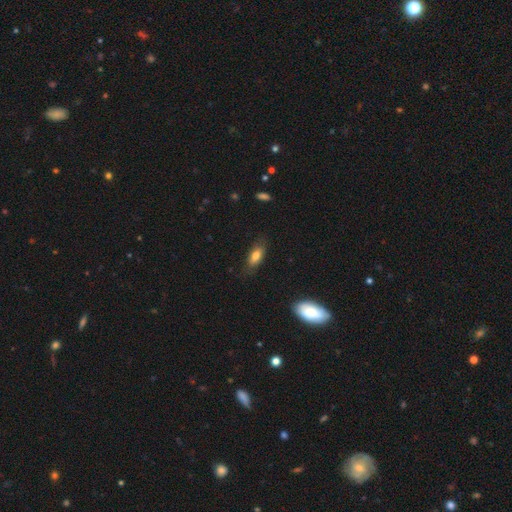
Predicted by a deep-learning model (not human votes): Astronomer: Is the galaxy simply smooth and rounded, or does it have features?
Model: smooth — 75%.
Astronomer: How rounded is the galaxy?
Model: in between — 79%.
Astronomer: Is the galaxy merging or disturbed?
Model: none — 75%.